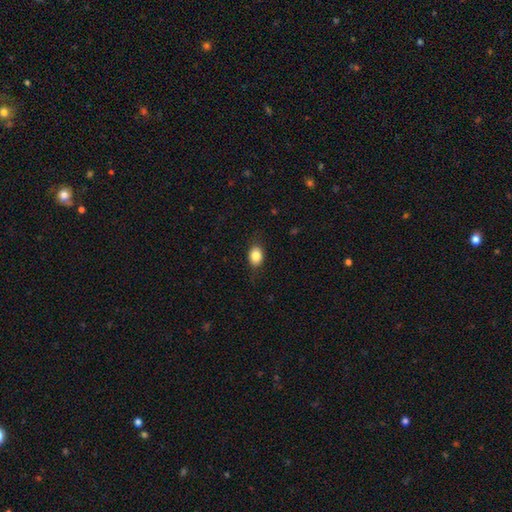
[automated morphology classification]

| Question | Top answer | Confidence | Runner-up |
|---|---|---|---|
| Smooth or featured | smooth | 84% | star or artifact (8%) |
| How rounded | in between | 72% | round (27%) |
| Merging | none | 81% | minor disturbance (15%) |